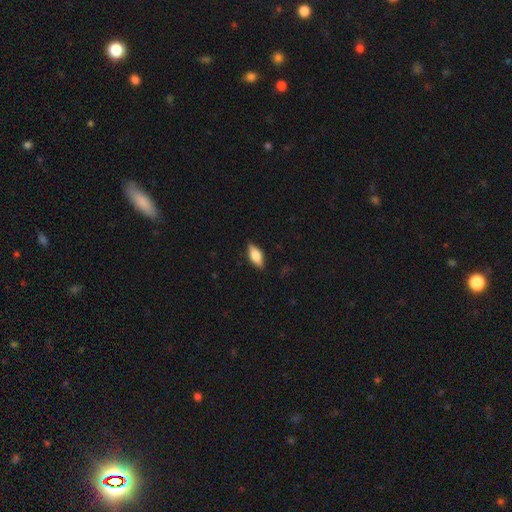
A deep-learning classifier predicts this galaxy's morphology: Smooth or featured: smooth — 72% (featured or disk — 22%)
How rounded: in between — 83% (cigar-shaped — 14%)
Merging: none — 84% (minor disturbance — 13%)